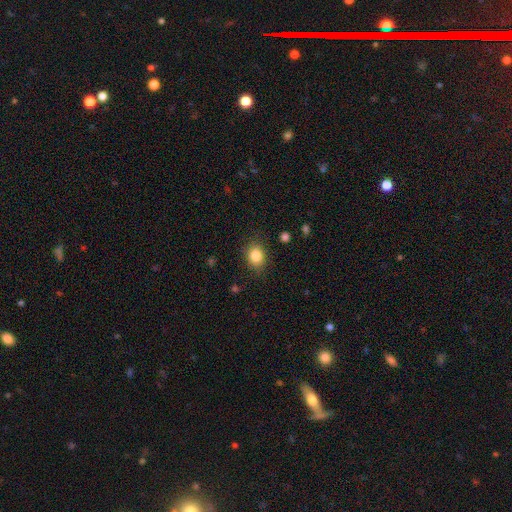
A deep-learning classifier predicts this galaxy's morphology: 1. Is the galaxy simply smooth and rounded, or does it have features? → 85% smooth, 10% star or artifact, 6% featured or disk.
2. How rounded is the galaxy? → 50% in between, 49% round, 1% cigar-shaped.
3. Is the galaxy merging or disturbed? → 83% none, 12% minor disturbance, 3% major disturbance, 1% merger.